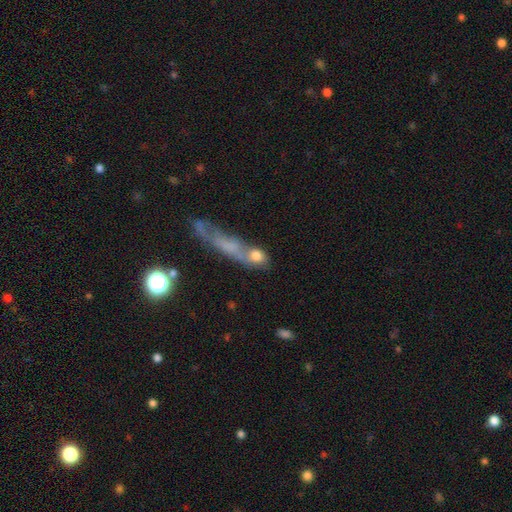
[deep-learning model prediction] A smooth galaxy with no disk features (66%) that is in between round and cigar-shaped (41%). Merging: merger (45%).